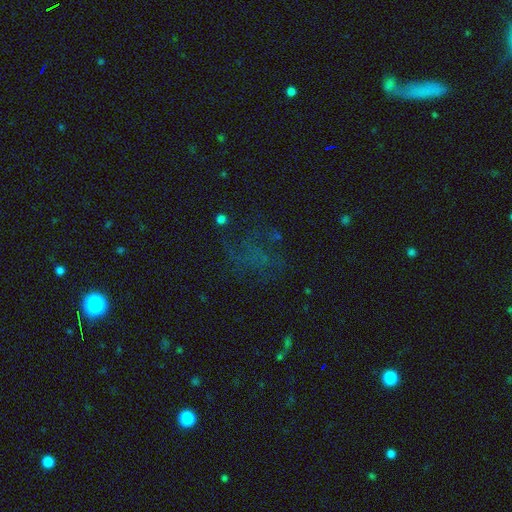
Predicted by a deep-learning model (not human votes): smooth_or_featured: star or artifact (p=0.44) [alt: smooth p=0.33]